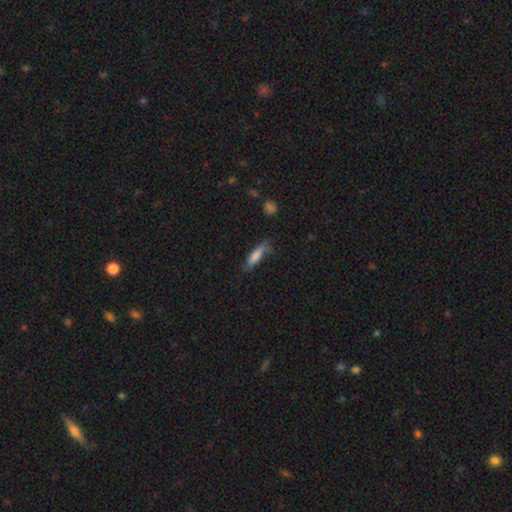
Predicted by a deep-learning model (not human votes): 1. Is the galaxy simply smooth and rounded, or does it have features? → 77% smooth, 16% featured or disk, 7% star or artifact.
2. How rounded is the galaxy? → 65% cigar-shaped, 33% in between, 2% round.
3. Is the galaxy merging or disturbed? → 66% none, 25% minor disturbance, 7% major disturbance, 2% merger.